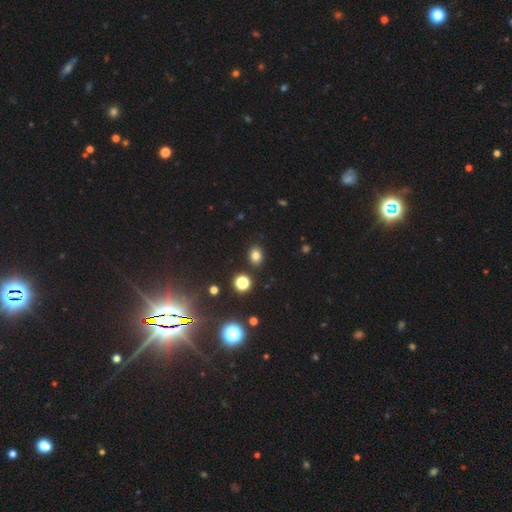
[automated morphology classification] The model was most divided on "how rounded": in between: 56%, round: 43%, cigar-shaped: 1%. More confident: merging — none (87%); smooth or featured — smooth (79%).